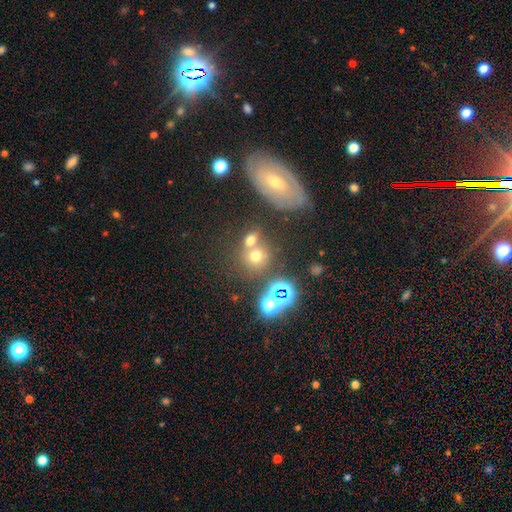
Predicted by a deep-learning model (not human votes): smooth-or-featured: smooth: 62% | star or artifact: 25% | featured or disk: 13%
  how-rounded: round: 77% | in between: 21% | cigar-shaped: 2%
  merging: none: 48% | merger: 38% | minor disturbance: 9% | major disturbance: 5%